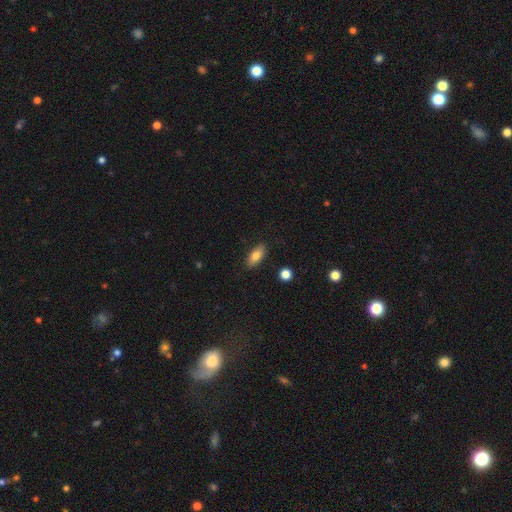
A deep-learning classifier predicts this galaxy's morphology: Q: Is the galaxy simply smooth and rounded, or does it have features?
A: smooth — 80%.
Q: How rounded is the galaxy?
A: in between — 83%.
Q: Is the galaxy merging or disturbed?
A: none — 86%.